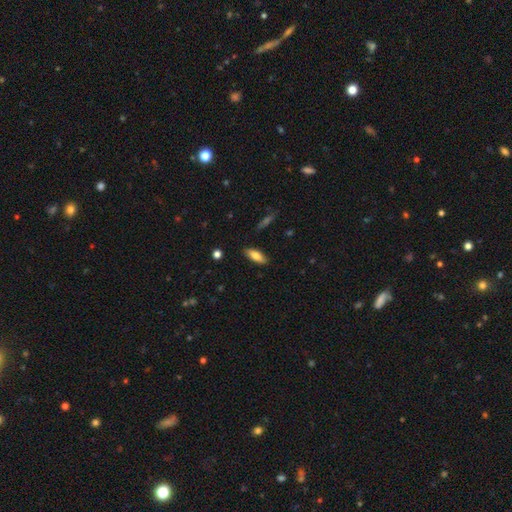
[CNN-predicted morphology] This is likely a smooth galaxy (77%). How rounded: likely in between (70%). Merging: clearly none (86%).